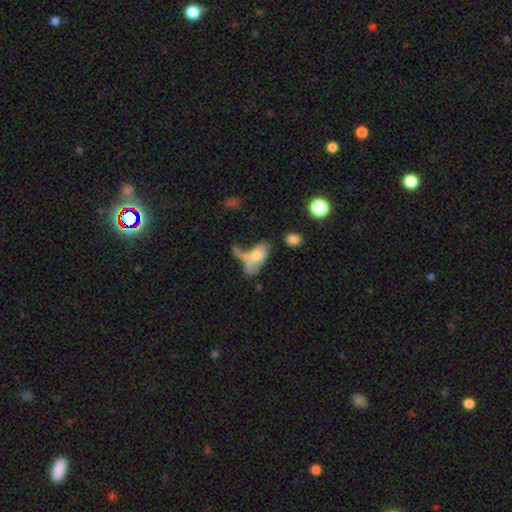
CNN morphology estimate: The model was most divided on "merging": merger: 41%, none: 22%, major disturbance: 22%, minor disturbance: 15%. More confident: how rounded — in between (86%); smooth or featured — smooth (57%).